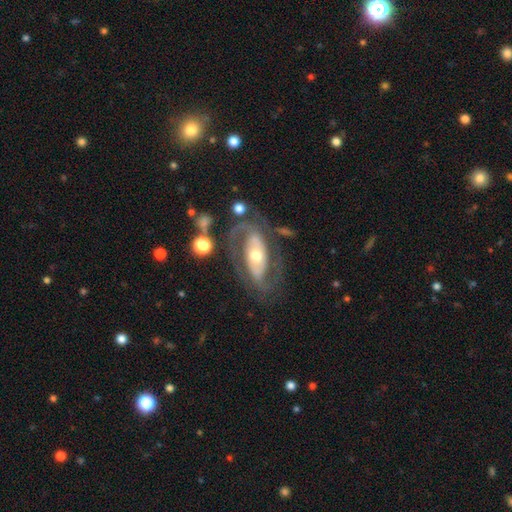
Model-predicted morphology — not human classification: type=featured or disk (84%); edge-on=no (94%); bar=no (45%); spiral arms=yes (84%); winding=medium (45%); arm count=2 (81%); bulge=moderate (64%); merging=none (65%).